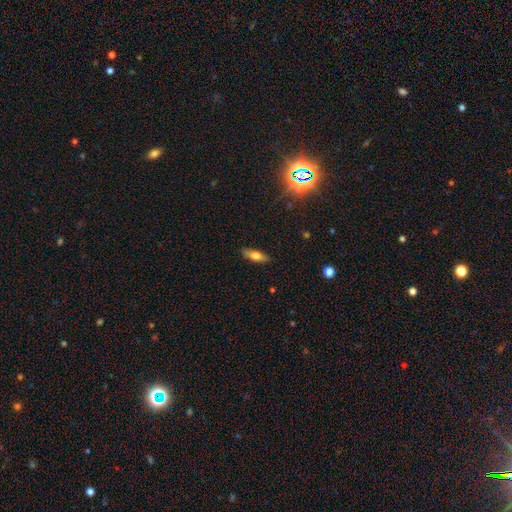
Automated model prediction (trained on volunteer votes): This is likely a smooth galaxy (68%). How rounded: possibly in between (54%). Merging: clearly none (86%).